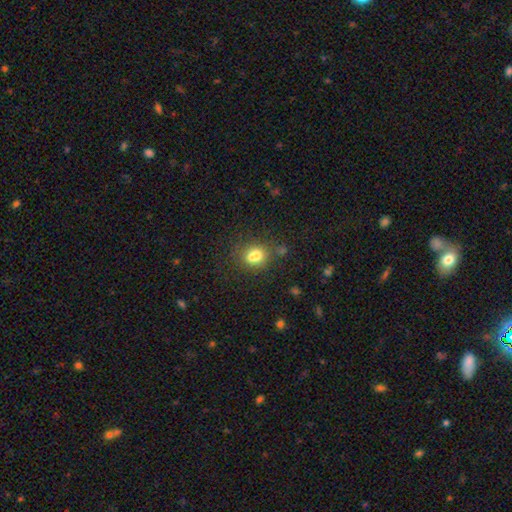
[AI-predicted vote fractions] Overall: smooth (77%). How rounded: round (52%; in between 47%). Merging: none (59%; merger 20%).